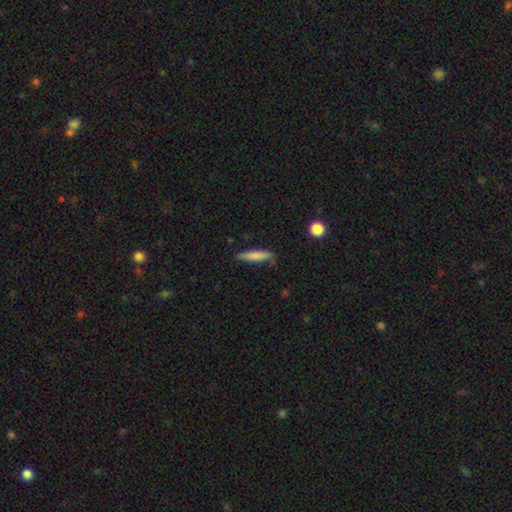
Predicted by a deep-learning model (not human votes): Smooth or featured? Predicted: smooth (p=0.75). How rounded? Predicted: cigar-shaped (p=0.87). Merging? Predicted: none (p=0.82).